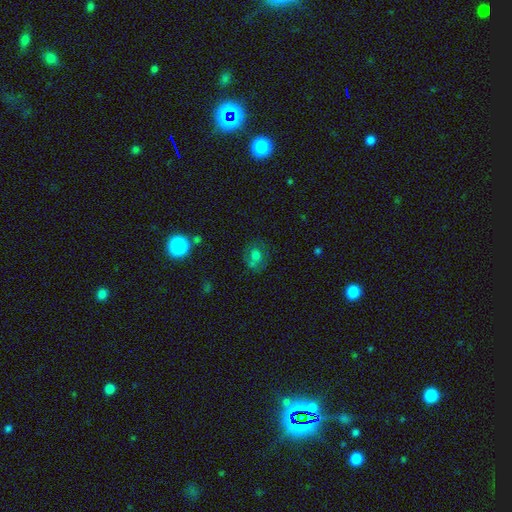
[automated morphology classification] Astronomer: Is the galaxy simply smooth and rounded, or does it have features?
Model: smooth — 58%.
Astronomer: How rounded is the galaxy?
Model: round — 61% (runner-up: in between, 38%).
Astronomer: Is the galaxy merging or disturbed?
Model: none — 56%.